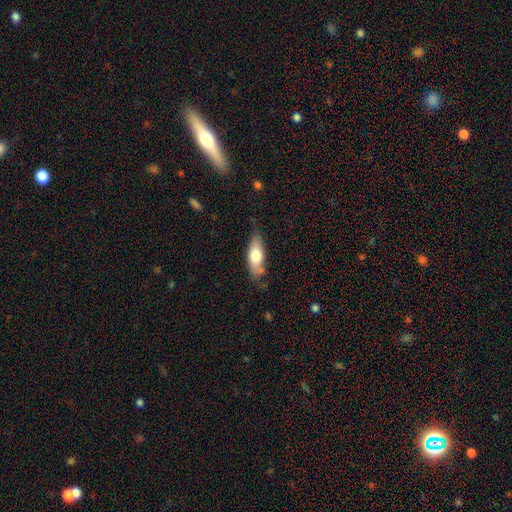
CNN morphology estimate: A smooth galaxy with no disk features (66%) that is in between round and cigar-shaped (71%). Merging: none (64%).